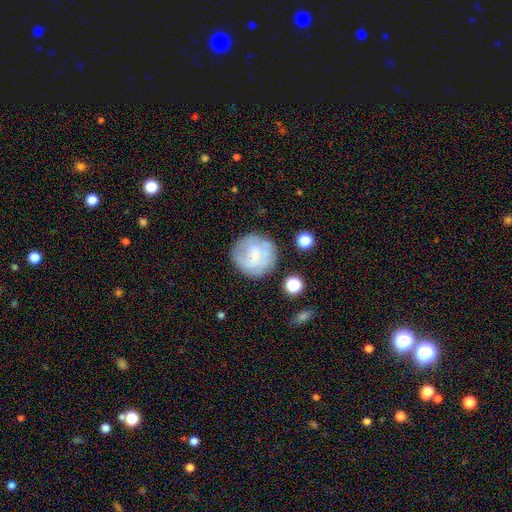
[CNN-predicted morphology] Smooth or featured? smooth (47%)
Merging? none (72%)